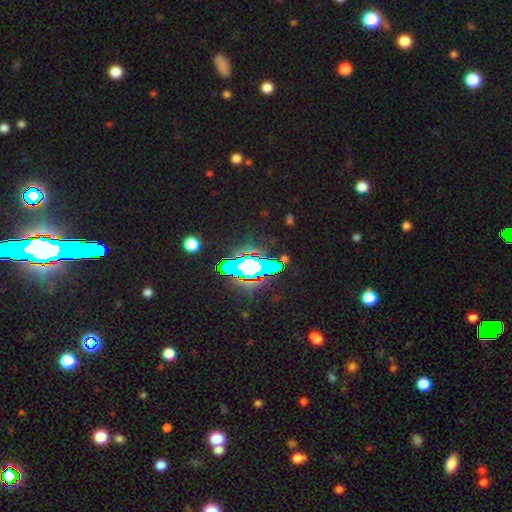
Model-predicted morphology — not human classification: The model was most divided on "smooth or featured": star or artifact: 79%, smooth: 11%, featured or disk: 10%.